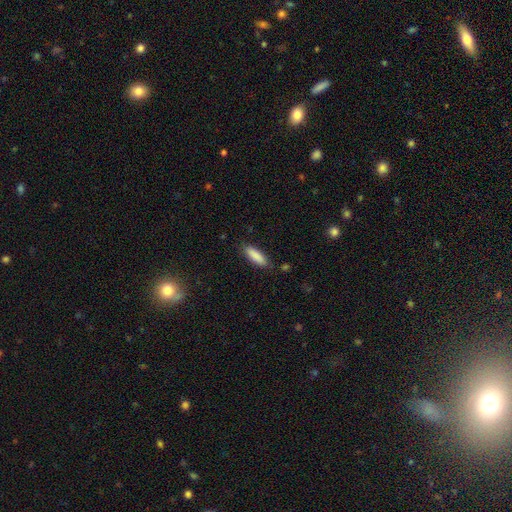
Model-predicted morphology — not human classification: smooth 88%, star or artifact 6%, featured or disk 6%. Down the decision tree: how rounded — cigar-shaped (50%); merging — none (84%).